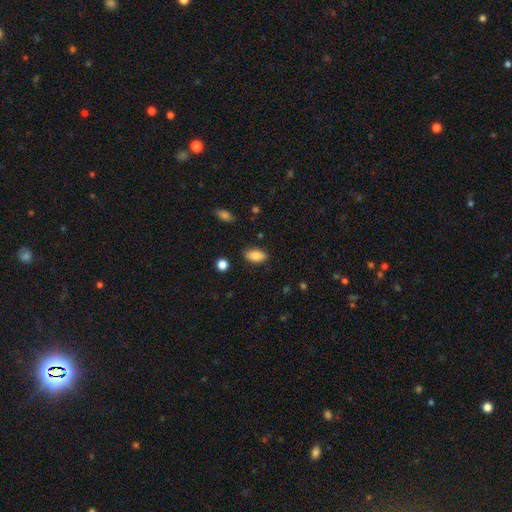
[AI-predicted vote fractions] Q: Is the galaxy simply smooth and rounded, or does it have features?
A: smooth — 86%.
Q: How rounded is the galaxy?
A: in between — 92%.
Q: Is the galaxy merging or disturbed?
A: none — 85%.